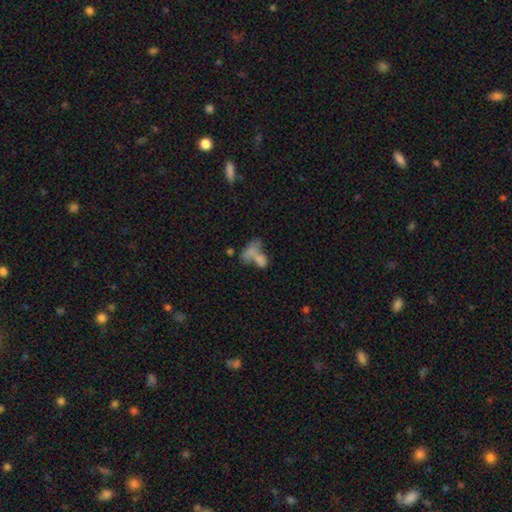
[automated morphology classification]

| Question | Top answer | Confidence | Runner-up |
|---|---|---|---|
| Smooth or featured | smooth | 63% | featured or disk (22%) |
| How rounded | in between | 77% | round (13%) |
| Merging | merger | 57% | none (22%) |